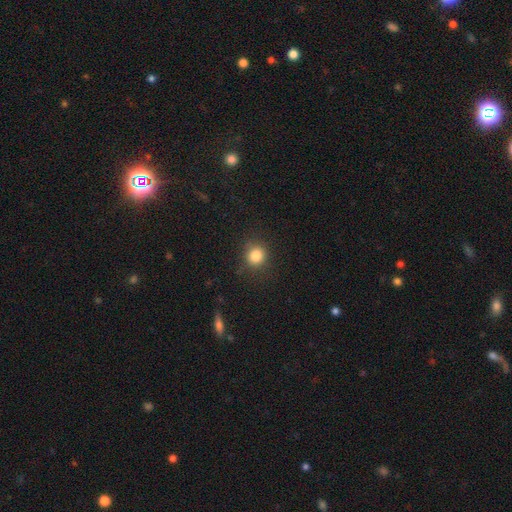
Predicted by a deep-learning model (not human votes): smooth 84%, star or artifact 12%, featured or disk 5%. Down the decision tree: how rounded — round (87%); merging — none (84%).